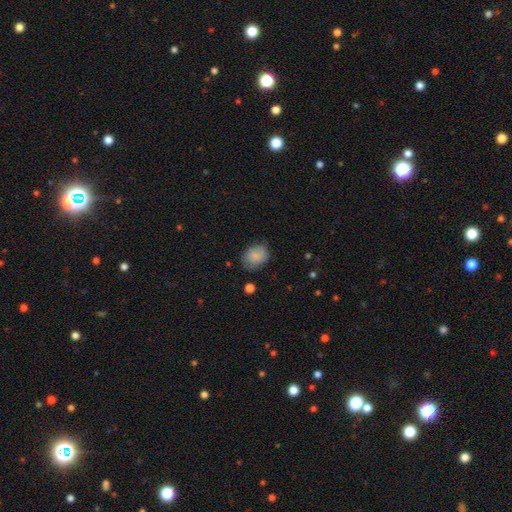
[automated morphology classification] Smooth or featured? Predicted: smooth (p=0.80). How rounded? Predicted: in between (p=0.60). Merging? Predicted: none (p=0.74).